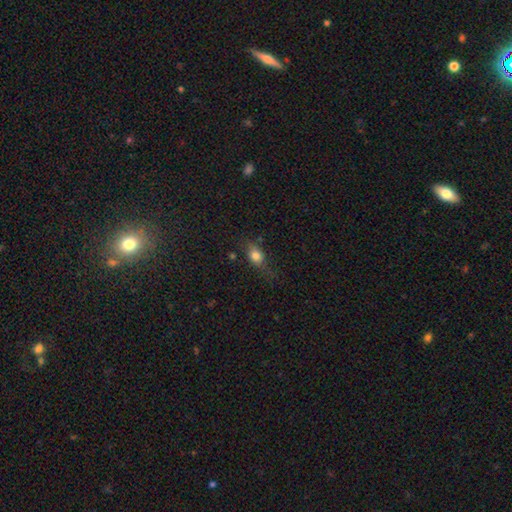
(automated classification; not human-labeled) This is likely a smooth galaxy (76%). How rounded: likely in between (65%). Merging: likely none (62%).